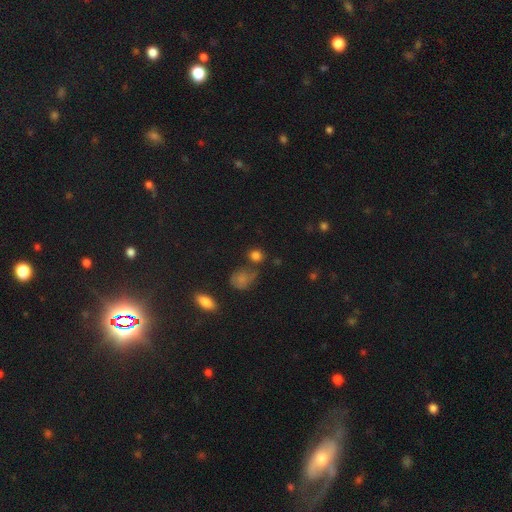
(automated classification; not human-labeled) A smooth galaxy with no disk features (80%) that is round (80%).

Vote fractions:
- Smooth or featured? smooth: 80% / star or artifact: 14% / featured or disk: 6%
- How rounded? round: 80% / in between: 19% / cigar-shaped: 1%
- Merging? none: 67% / merger: 15% / minor disturbance: 13% / major disturbance: 5%